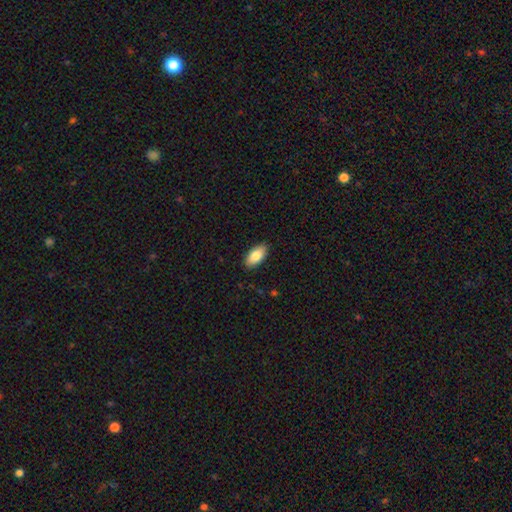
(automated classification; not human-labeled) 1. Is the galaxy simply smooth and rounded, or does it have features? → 83% smooth, 10% featured or disk, 6% star or artifact.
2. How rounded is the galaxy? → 92% in between, 6% cigar-shaped, 2% round.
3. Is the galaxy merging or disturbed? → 88% none, 9% minor disturbance, 2% major disturbance, 1% merger.